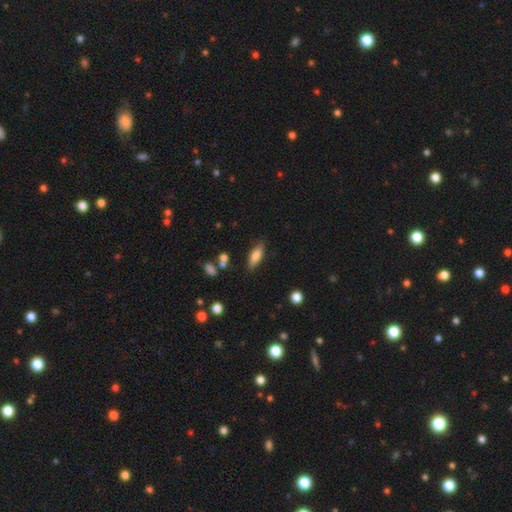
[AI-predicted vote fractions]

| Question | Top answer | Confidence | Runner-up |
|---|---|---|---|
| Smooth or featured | smooth | 74% | featured or disk (18%) |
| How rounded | in between | 57% | cigar-shaped (41%) |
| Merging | none | 80% | minor disturbance (14%) |